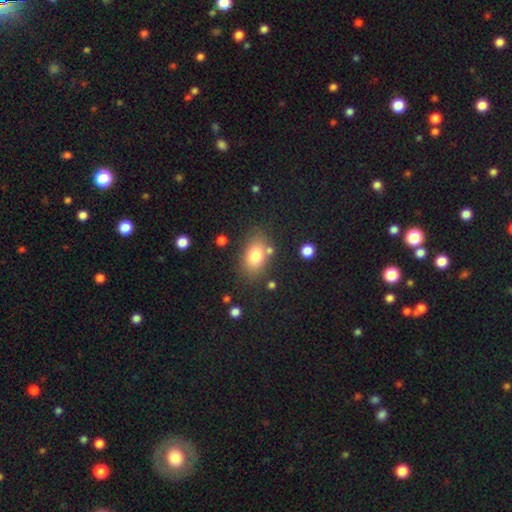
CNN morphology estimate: This appears to be a smooth galaxy with no disk features (78%) that is in between round and cigar-shaped (79%). Merging: none (74%).